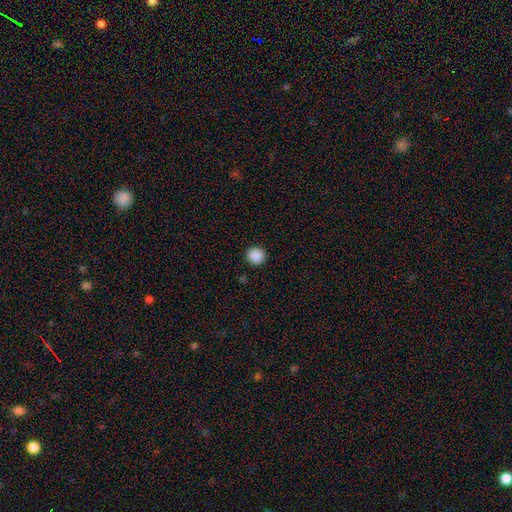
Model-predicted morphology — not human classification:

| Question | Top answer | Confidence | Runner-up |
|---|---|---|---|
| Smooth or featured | smooth | 89% | star or artifact (9%) |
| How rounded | round | 91% | in between (8%) |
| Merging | none | 92% | minor disturbance (5%) |